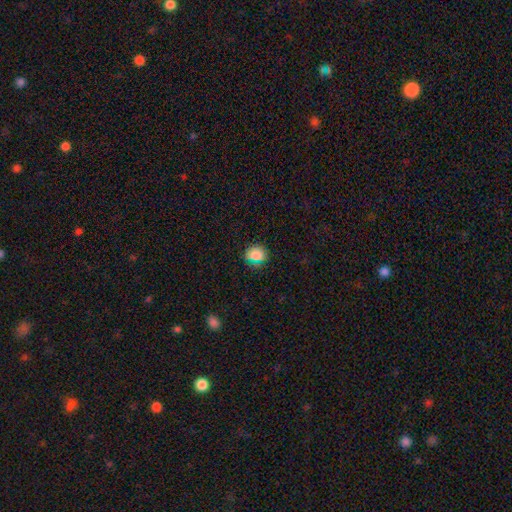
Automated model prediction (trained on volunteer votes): smooth-or-featured: smooth: 80% | star or artifact: 14% | featured or disk: 6%
  how-rounded: round: 83% | in between: 16% | cigar-shaped: 1%
  merging: none: 80% | minor disturbance: 13% | major disturbance: 3% | merger: 3%